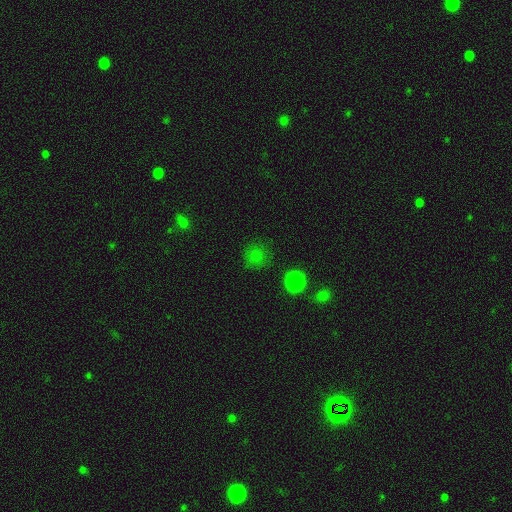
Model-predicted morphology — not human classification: smooth-or-featured: smooth: 68% | star or artifact: 25% | featured or disk: 7%
  how-rounded: round: 90% | in between: 9% | cigar-shaped: 1%
  merging: none: 83% | minor disturbance: 10% | major disturbance: 4% | merger: 2%